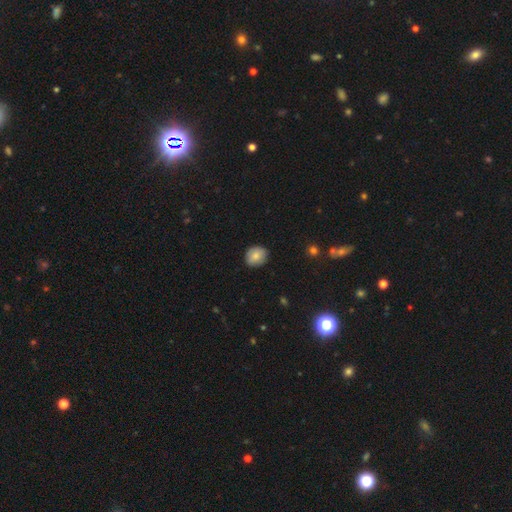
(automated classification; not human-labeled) Smooth or featured? Predicted: smooth (p=0.83). How rounded? Predicted: round (p=0.59). Merging? Predicted: none (p=0.85).